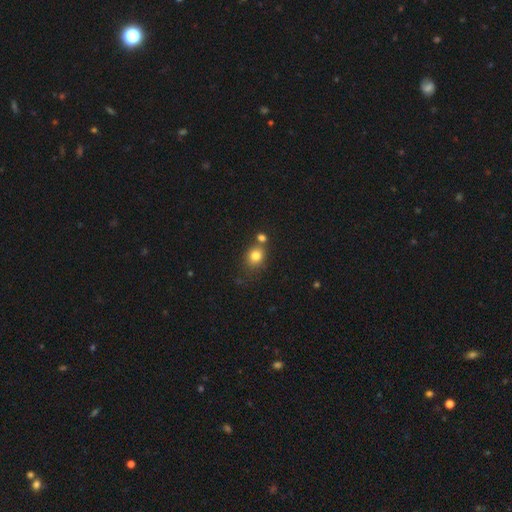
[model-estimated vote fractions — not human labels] Smooth or featured?
  - smooth: 79% *
  - star or artifact: 12%
  - featured or disk: 9%
How rounded?
  - round: 66% *
  - in between: 33%
  - cigar-shaped: 1%
Merging?
  - none: 56% *
  - merger: 25%
  - minor disturbance: 14%
  - major disturbance: 5%